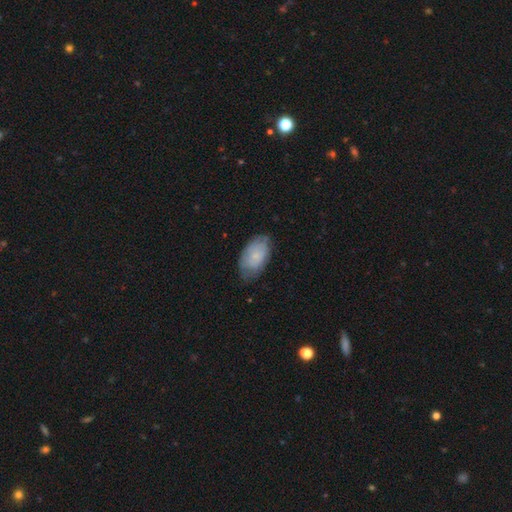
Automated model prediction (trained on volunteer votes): smooth-or-featured: smooth: 68% | featured or disk: 25% | star or artifact: 7%
  how-rounded: in between: 94% | round: 4% | cigar-shaped: 2%
  merging: none: 66% | minor disturbance: 27% | major disturbance: 6% | merger: 1%